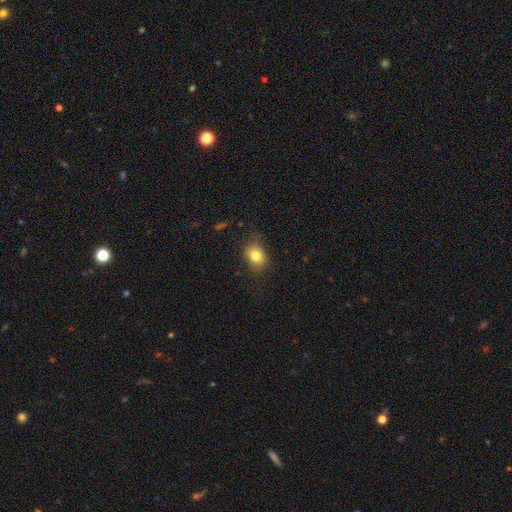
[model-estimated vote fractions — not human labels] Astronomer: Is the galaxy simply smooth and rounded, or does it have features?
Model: smooth — 81%.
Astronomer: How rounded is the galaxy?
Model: in between — 60% (runner-up: round, 39%).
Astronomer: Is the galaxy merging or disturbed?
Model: none — 77%.